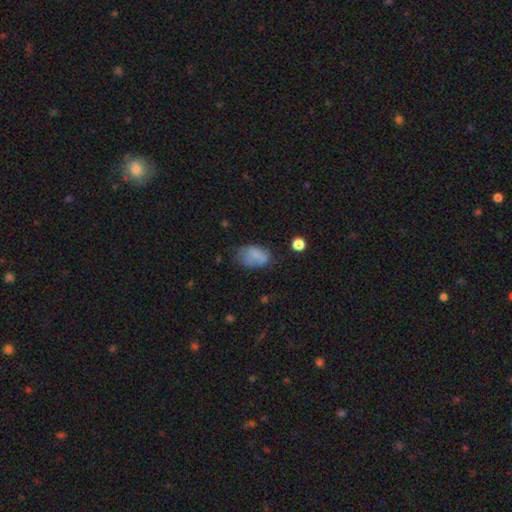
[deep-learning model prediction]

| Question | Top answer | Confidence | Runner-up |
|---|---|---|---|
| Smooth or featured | smooth | 73% | featured or disk (16%) |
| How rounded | in between | 87% | round (12%) |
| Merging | none | 43% | minor disturbance (35%) |